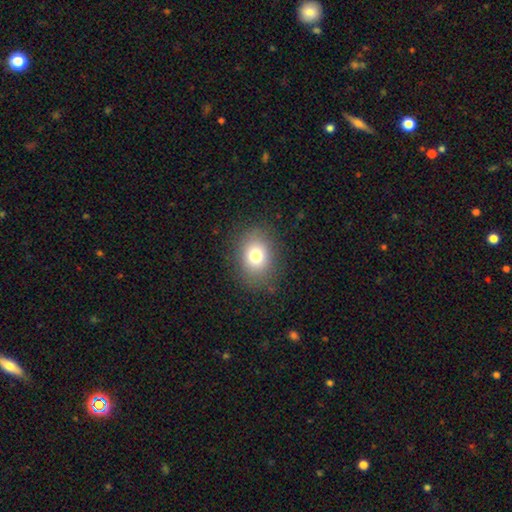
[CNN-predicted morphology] smooth-or-featured: smooth: 77% | star or artifact: 12% | featured or disk: 11%
  how-rounded: in between: 54% | round: 46% | cigar-shaped: 1%
  merging: none: 84% | minor disturbance: 11% | major disturbance: 4% | merger: 1%